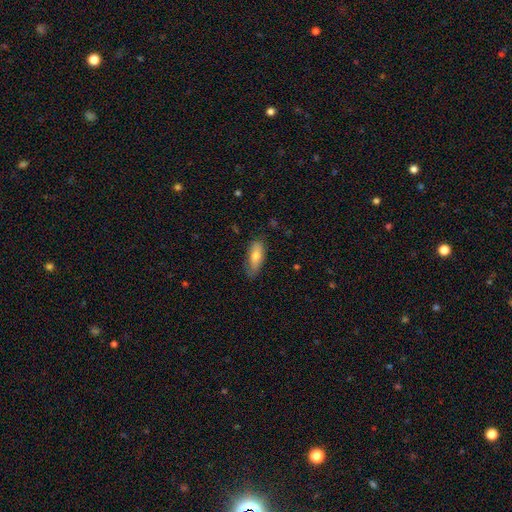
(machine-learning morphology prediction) smooth-or-featured: smooth: 73% | featured or disk: 21% | star or artifact: 7%
  how-rounded: in between: 71% | cigar-shaped: 26% | round: 2%
  merging: none: 74% | minor disturbance: 21% | major disturbance: 4% | merger: 1%